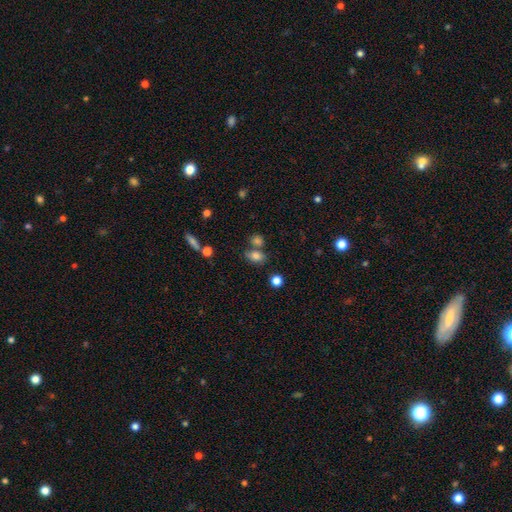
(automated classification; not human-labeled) The model was most divided on "merging": none: 56%, merger: 24%, minor disturbance: 14%, major disturbance: 5%. More confident: smooth or featured — smooth (79%); how rounded — in between (75%).